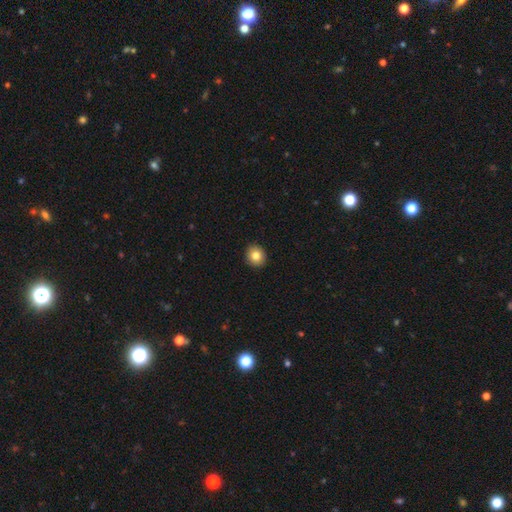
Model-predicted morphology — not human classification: smooth_or_featured: smooth (p=0.83) [alt: star or artifact p=0.09]
how_rounded: round (p=0.79) [alt: in between p=0.21]
merging: none (p=0.92) [alt: minor disturbance p=0.06]